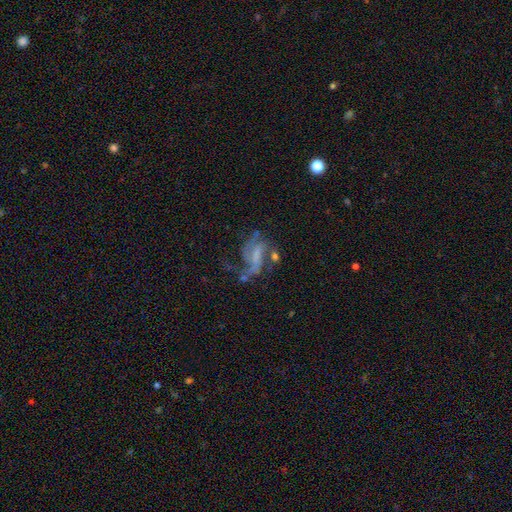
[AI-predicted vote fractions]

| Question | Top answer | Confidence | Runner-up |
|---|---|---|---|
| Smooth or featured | featured or disk | 67% | smooth (19%) |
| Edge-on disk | no | 95% | yes (5%) |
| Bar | no | 40% | weak (35%) |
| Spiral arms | yes | 70% | no (30%) |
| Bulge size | none | 56% | small (24%) |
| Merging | major disturbance | 39% | none (31%) |